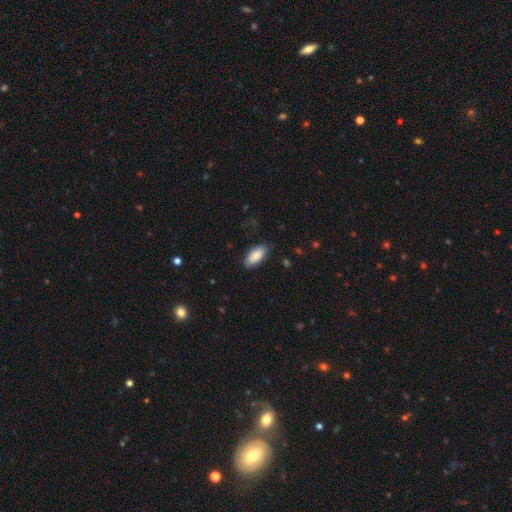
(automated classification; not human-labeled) smooth-or-featured: smooth: 88% | featured or disk: 6% | star or artifact: 6%
  how-rounded: in between: 91% | cigar-shaped: 7% | round: 2%
  merging: none: 81% | minor disturbance: 15% | major disturbance: 3% | merger: 1%